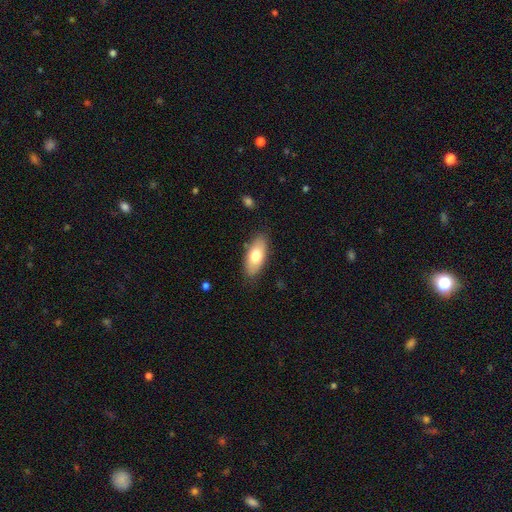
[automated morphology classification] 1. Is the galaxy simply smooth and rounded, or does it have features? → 71% smooth, 22% featured or disk, 6% star or artifact.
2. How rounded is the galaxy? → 88% in between, 10% cigar-shaped, 3% round.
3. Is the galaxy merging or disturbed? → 84% none, 12% minor disturbance, 3% major disturbance, 1% merger.